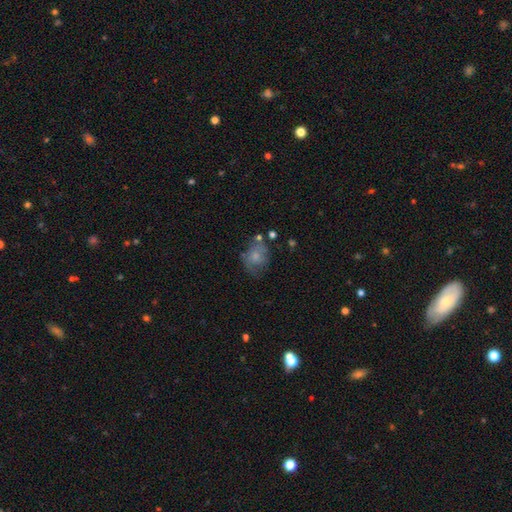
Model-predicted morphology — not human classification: This is possibly a smooth galaxy (60%). How rounded: possibly in between (50%). Merging: possibly none (50%).